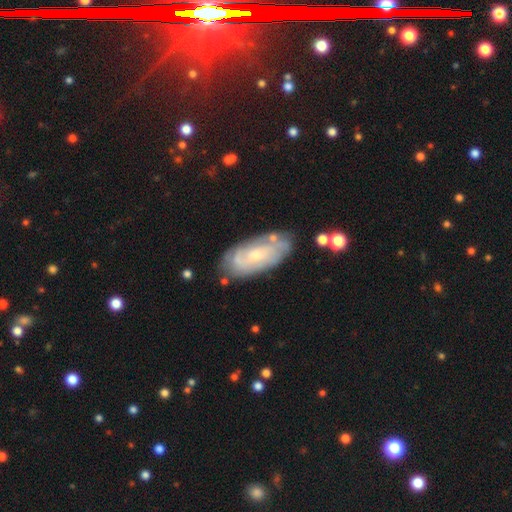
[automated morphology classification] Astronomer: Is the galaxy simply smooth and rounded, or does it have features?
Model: featured or disk — 62%.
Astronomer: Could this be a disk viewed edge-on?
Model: no — 91%.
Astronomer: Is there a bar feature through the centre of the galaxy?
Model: no — 71%.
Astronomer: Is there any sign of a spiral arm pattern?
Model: yes — 73%.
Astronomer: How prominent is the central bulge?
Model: small — 58% (runner-up: moderate, 35%).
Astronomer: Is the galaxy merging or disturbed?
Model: none — 69%.